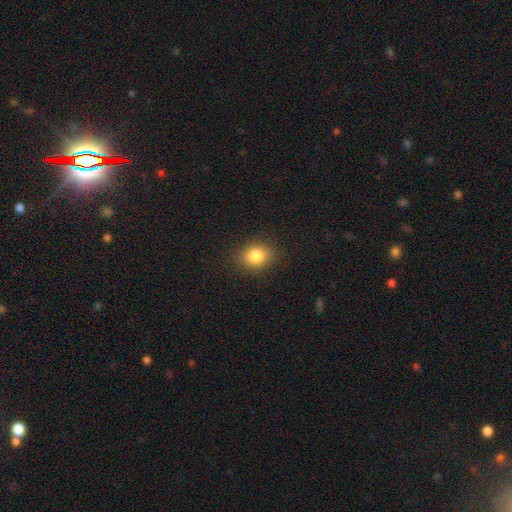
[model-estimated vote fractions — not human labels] A smooth galaxy with no disk features (83%) that is round (56%). Merging: none (88%).